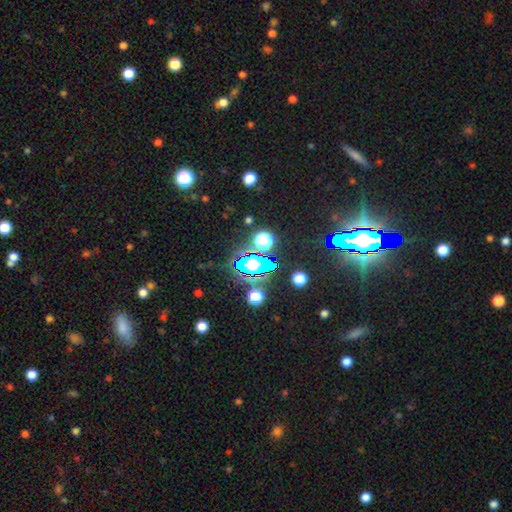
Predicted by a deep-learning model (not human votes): A star or artifact, not a galaxy (61%).